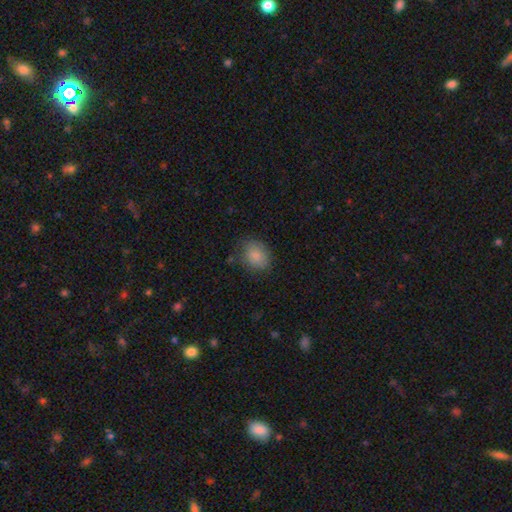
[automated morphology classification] A smooth galaxy with no disk features (86%) that is in between round and cigar-shaped (54%).

Vote fractions:
- Smooth or featured? smooth: 86% / star or artifact: 8% / featured or disk: 7%
- How rounded? in between: 54% / round: 45% / cigar-shaped: 1%
- Merging? none: 76% / minor disturbance: 17% / major disturbance: 5% / merger: 2%